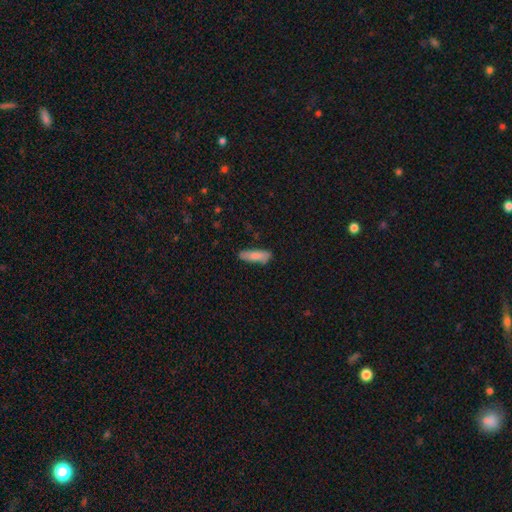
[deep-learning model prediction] The model was most divided on "how rounded": cigar-shaped: 65%, in between: 33%, round: 2%. More confident: smooth or featured — smooth (81%); merging — none (78%).